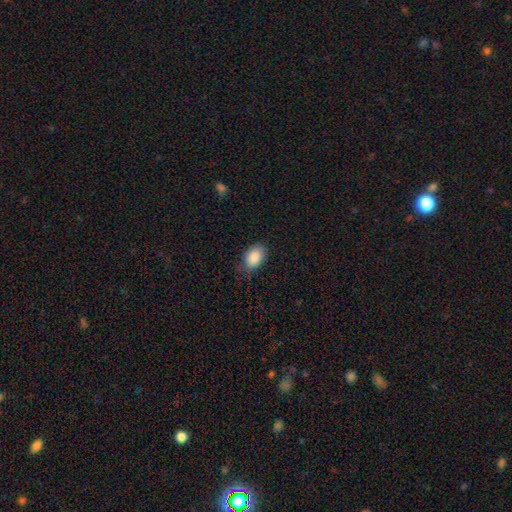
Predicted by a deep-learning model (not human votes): Smooth or featured: smooth — 88% (star or artifact — 7%)
How rounded: in between — 87% (round — 12%)
Merging: none — 72% (minor disturbance — 23%)